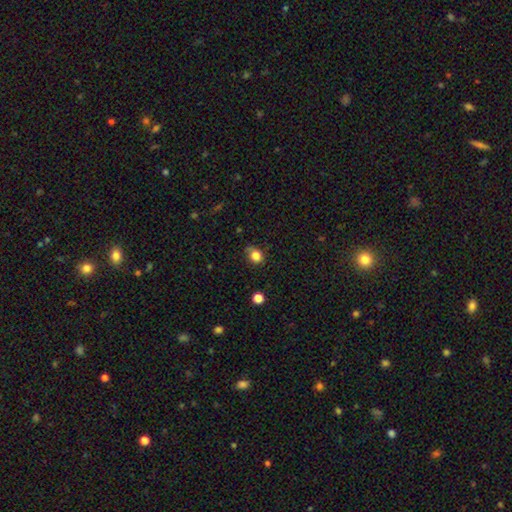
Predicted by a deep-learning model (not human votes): smooth-or-featured: smooth: 83% | star or artifact: 11% | featured or disk: 6%
  how-rounded: round: 62% | in between: 37% | cigar-shaped: 1%
  merging: none: 66% | minor disturbance: 26% | major disturbance: 6% | merger: 2%